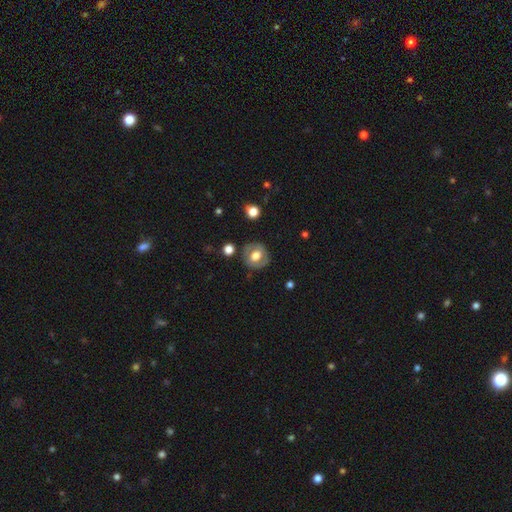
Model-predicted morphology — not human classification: A smooth galaxy with no disk features (51%) that is round (81%).

Vote fractions:
- Smooth or featured? smooth: 51% / featured or disk: 41% / star or artifact: 8%
- How rounded? round: 81% / in between: 18% / cigar-shaped: 1%
- Merging? none: 79% / minor disturbance: 14% / major disturbance: 5% / merger: 2%